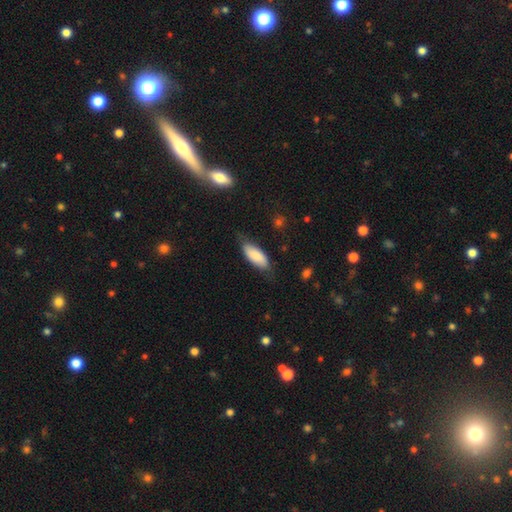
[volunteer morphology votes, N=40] A smooth galaxy with no disk features (88%) that is in between round and cigar-shaped (89%). Merging: none (63%).